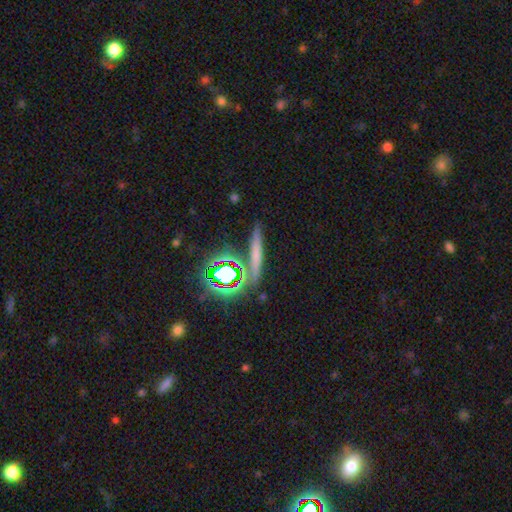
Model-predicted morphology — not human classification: Overall: smooth (51%; star or artifact 26%). How rounded: cigar-shaped (82%). Merging: none (81%).